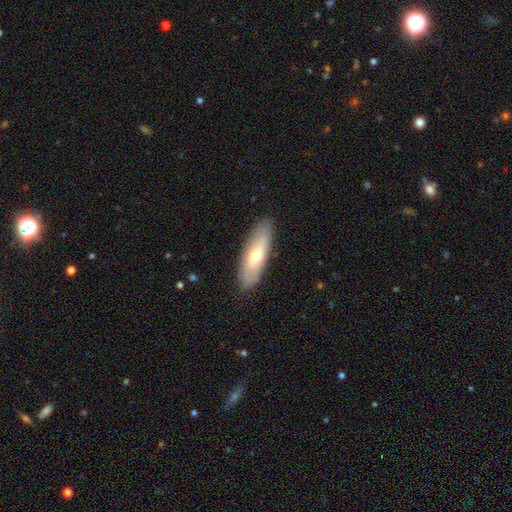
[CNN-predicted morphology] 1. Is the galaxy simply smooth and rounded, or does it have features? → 58% smooth, 36% featured or disk, 6% star or artifact.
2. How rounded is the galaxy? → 49% cigar-shaped (tied), 49% in between (tied), 2% round.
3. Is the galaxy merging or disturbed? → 87% none, 10% minor disturbance, 2% major disturbance, 1% merger.